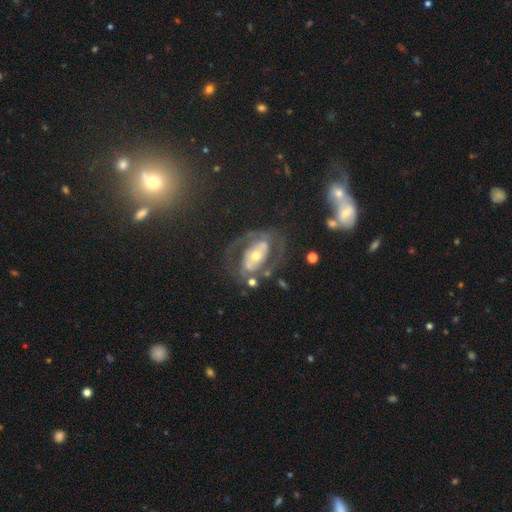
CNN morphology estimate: This appears to be a featured or disk galaxy (75%) with no bar (42%), spiral arms (68%) and a moderate central bulge (52%). Merging: none (59%).